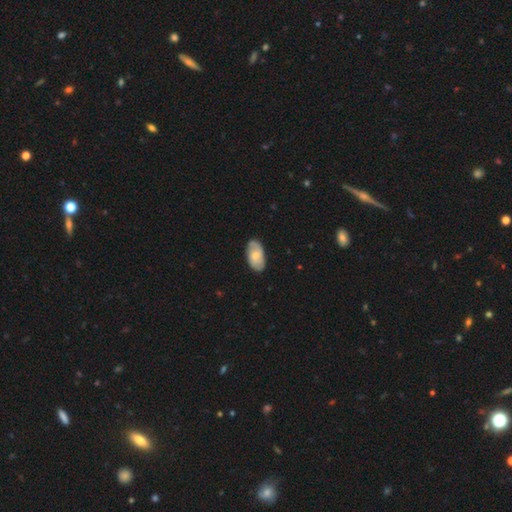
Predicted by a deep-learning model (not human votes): Smooth or featured: smooth — 58% (featured or disk — 36%)
How rounded: in between — 94% (round — 3%)
Merging: none — 81% (minor disturbance — 15%)